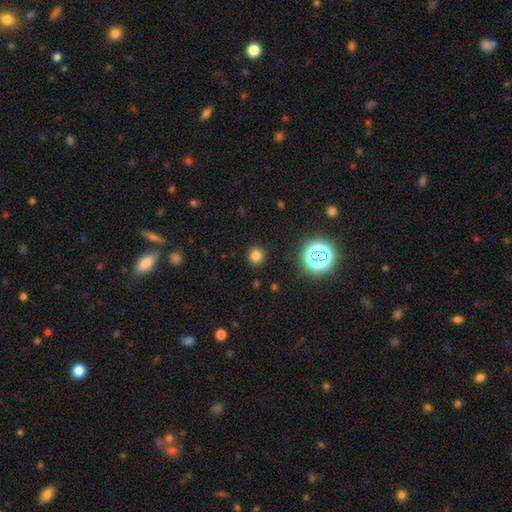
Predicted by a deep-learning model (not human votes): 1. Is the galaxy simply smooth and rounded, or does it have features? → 75% smooth, 20% star or artifact, 5% featured or disk.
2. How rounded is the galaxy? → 89% round, 10% in between, 1% cigar-shaped.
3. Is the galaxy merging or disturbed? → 89% none, 7% minor disturbance, 3% major disturbance, 2% merger.